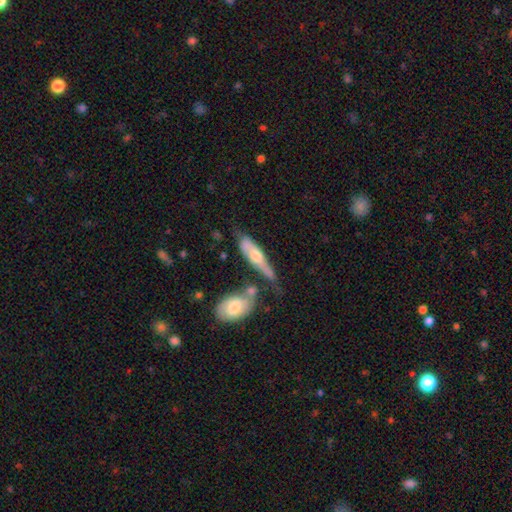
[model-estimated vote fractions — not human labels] Smooth or featured? Predicted: featured or disk (p=0.55). Edge-on disk? Predicted: yes (p=0.68). Merging? Predicted: none (p=0.42).